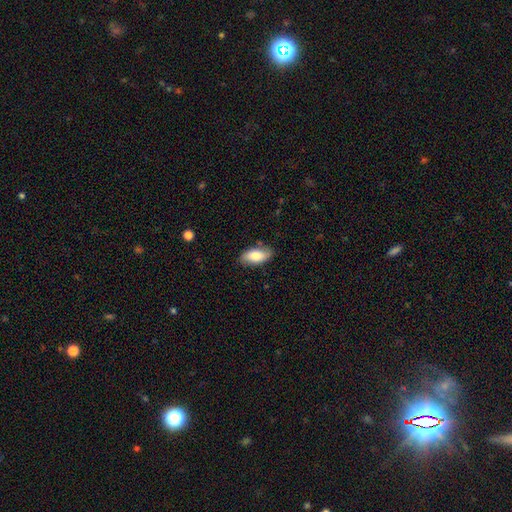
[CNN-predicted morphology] type=smooth (77%); roundness=in between (91%); merging=none (82%).